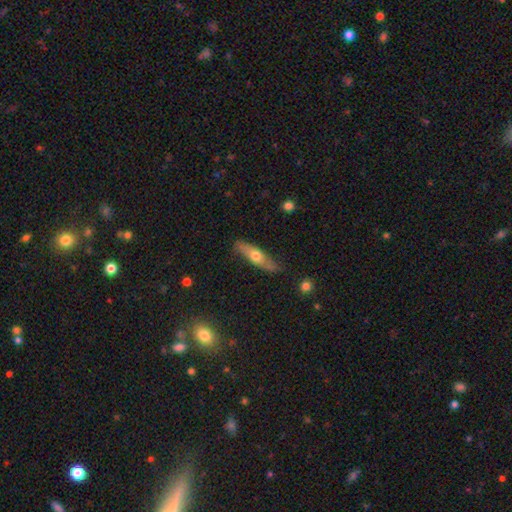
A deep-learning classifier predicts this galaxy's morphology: type=featured or disk (48%); merging=none (74%).